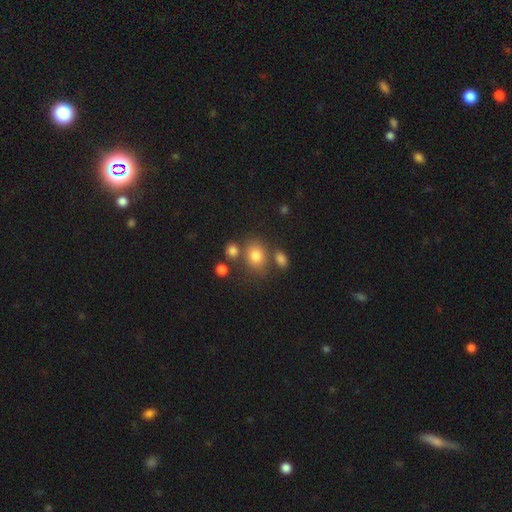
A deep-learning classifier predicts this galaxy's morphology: type=smooth (78%); roundness=in between (54%); merging=none (66%).